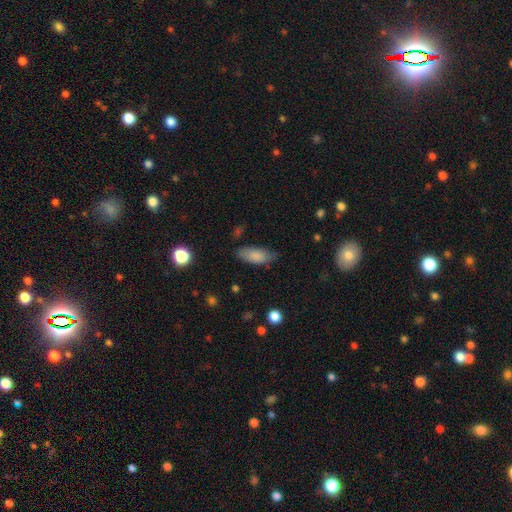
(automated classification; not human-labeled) smooth-or-featured: smooth: 83% | featured or disk: 11% | star or artifact: 7%
  how-rounded: in between: 82% | cigar-shaped: 16% | round: 2%
  merging: none: 71% | minor disturbance: 22% | major disturbance: 5% | merger: 2%